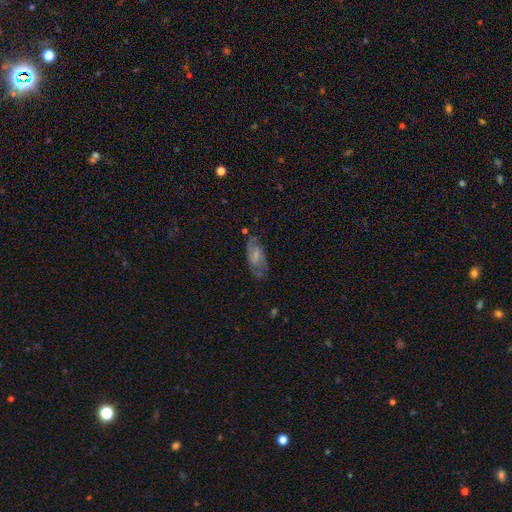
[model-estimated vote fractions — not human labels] Smooth or featured? featured or disk (65%)
Edge-on disk? no (94%)
Bar? weak (48%)
Spiral arms? yes (87%)
Spiral winding? medium (49%)
Spiral arm count? 2 (75%)
Bulge size? small (54%)
Merging? none (69%)